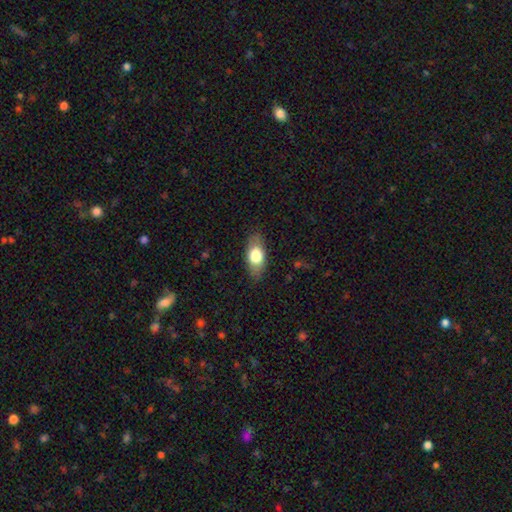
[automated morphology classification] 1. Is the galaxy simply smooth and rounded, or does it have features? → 72% smooth, 21% featured or disk, 6% star or artifact.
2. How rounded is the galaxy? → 87% in between, 8% cigar-shaped, 5% round.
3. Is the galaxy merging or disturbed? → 82% none, 14% minor disturbance, 3% major disturbance, 1% merger.